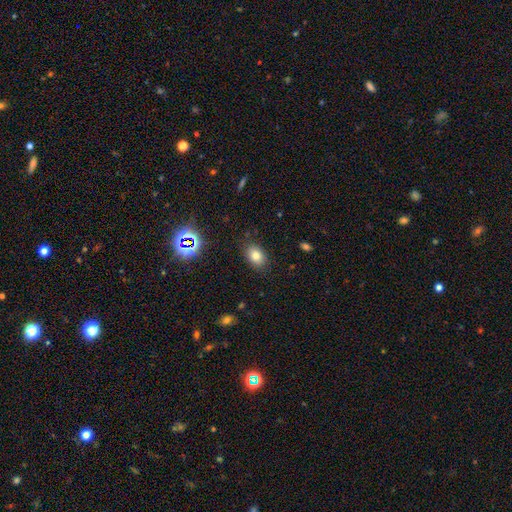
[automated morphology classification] This appears to be a smooth galaxy with no disk features (77%) that is in between round and cigar-shaped (75%). Merging: none (85%).